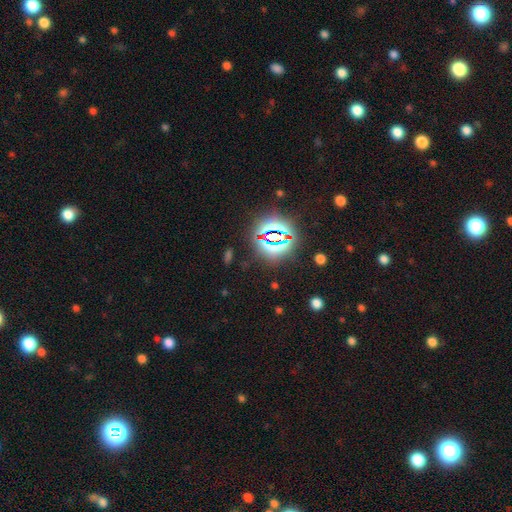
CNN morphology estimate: Overall: star or artifact (79%).